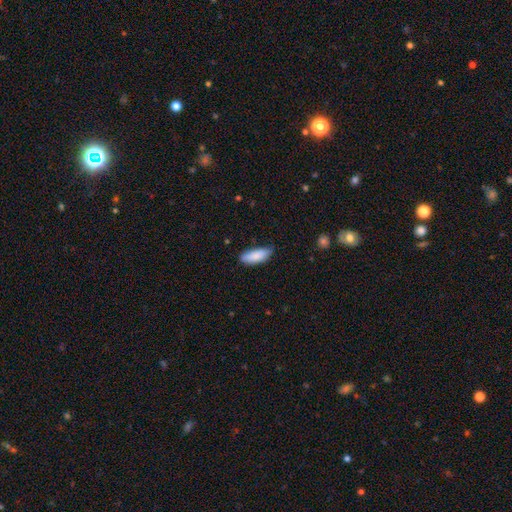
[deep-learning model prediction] A smooth galaxy with no disk features (87%) that is in between round and cigar-shaped (74%). Merging: none (65%).